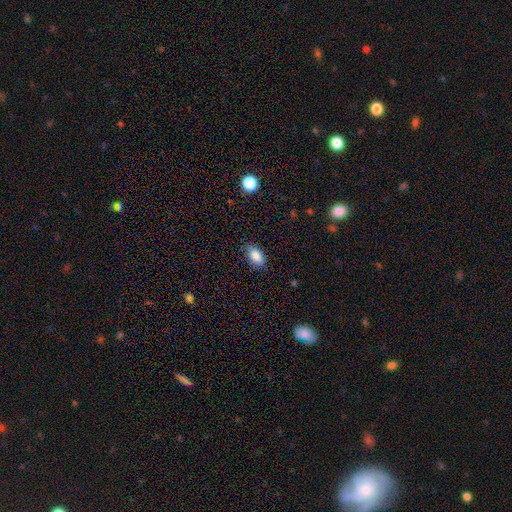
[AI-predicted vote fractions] The model was most divided on "merging": none: 84%, minor disturbance: 13%, major disturbance: 3%, merger: 1%. More confident: how rounded — in between (91%); smooth or featured — smooth (86%).